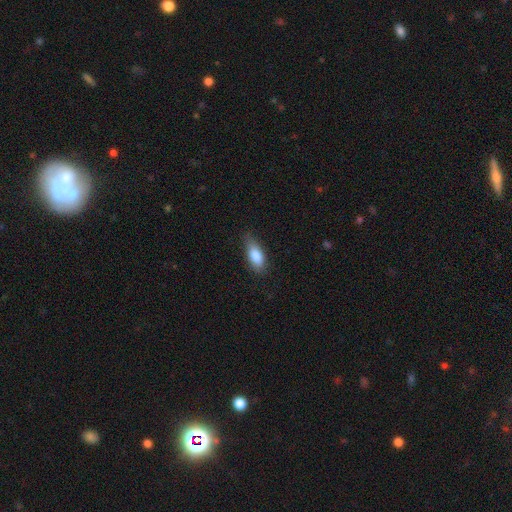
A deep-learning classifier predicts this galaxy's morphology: Q: Smooth or featured?
A: smooth (83%); runner-up: featured or disk (10%)
Q: How rounded?
A: in between (80%); runner-up: cigar-shaped (17%)
Q: Merging?
A: none (71%); runner-up: minor disturbance (23%)